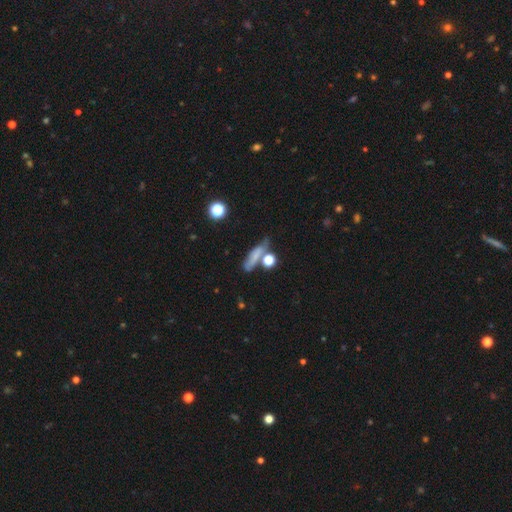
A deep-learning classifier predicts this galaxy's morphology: smooth_or_featured: smooth (p=0.65) [alt: featured or disk p=0.23]
how_rounded: cigar-shaped (p=0.55) [alt: in between p=0.34]
merging: none (p=0.48) [alt: minor disturbance p=0.23]